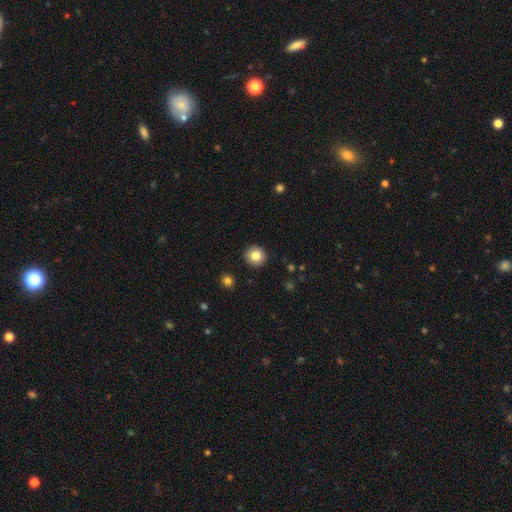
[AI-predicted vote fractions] Q: Smooth or featured?
A: smooth (83%); runner-up: star or artifact (9%)
Q: How rounded?
A: round (91%); runner-up: in between (8%)
Q: Merging?
A: none (92%); runner-up: minor disturbance (5%)